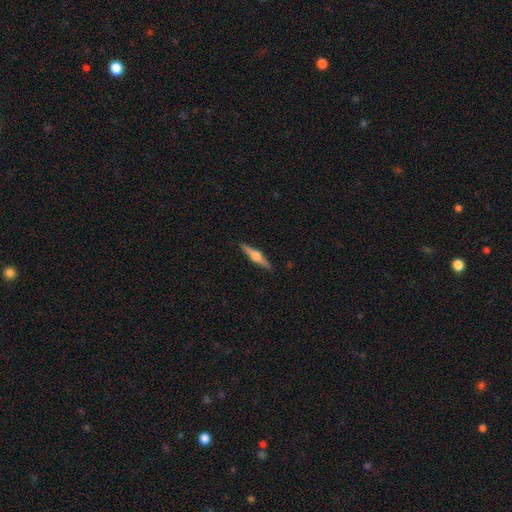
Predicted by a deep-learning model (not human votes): Q: Smooth or featured?
A: featured or disk (66%); runner-up: smooth (28%)
Q: Edge-on disk?
A: yes (97%); runner-up: no (3%)
Q: Edge-on bulge?
A: rounded (92%); runner-up: boxy (5%)
Q: Merging?
A: none (90%); runner-up: minor disturbance (7%)